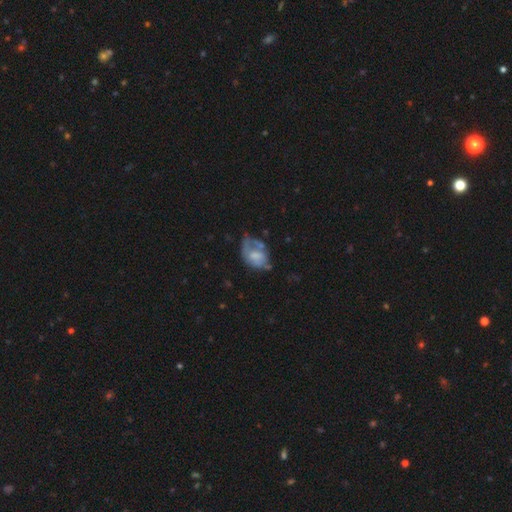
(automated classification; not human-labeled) A featured or disk galaxy (46%). Merging: major disturbance (32%).